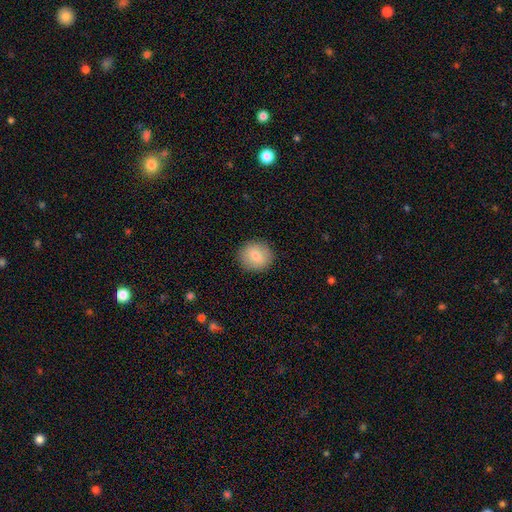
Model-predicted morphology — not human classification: smooth_or_featured: smooth (p=0.80) [alt: featured or disk p=0.12]
how_rounded: round (p=0.85) [alt: in between p=0.14]
merging: none (p=0.90) [alt: minor disturbance p=0.07]